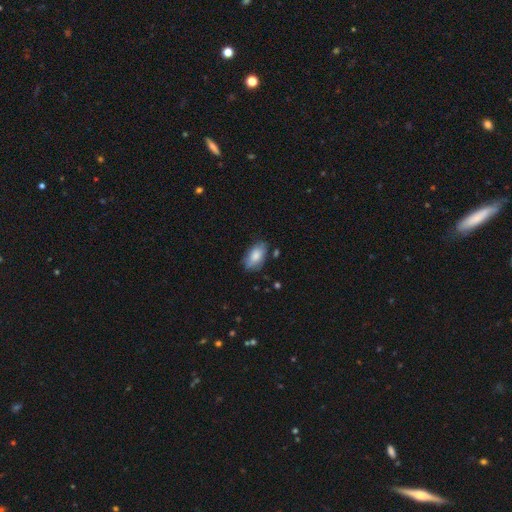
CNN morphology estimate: A smooth galaxy with no disk features (81%) that is in between round and cigar-shaped (93%).

Vote fractions:
- Smooth or featured? smooth: 81% / featured or disk: 13% / star or artifact: 7%
- How rounded? in between: 93% / round: 5% / cigar-shaped: 3%
- Merging? none: 72% / minor disturbance: 21% / major disturbance: 4% / merger: 3%